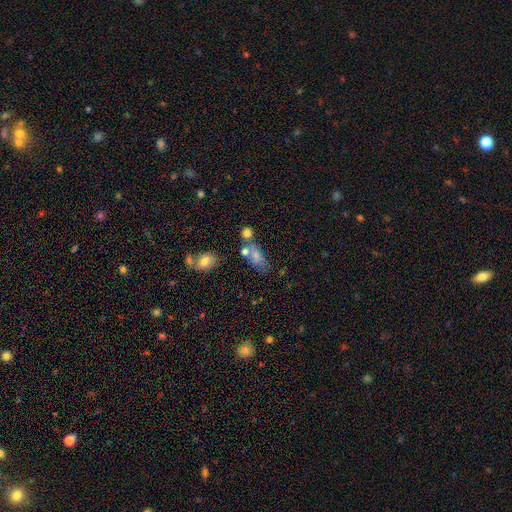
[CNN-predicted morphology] Smooth or featured? Predicted: smooth (p=0.67). How rounded? Predicted: in between (p=0.79). Merging? Predicted: none (p=0.40).